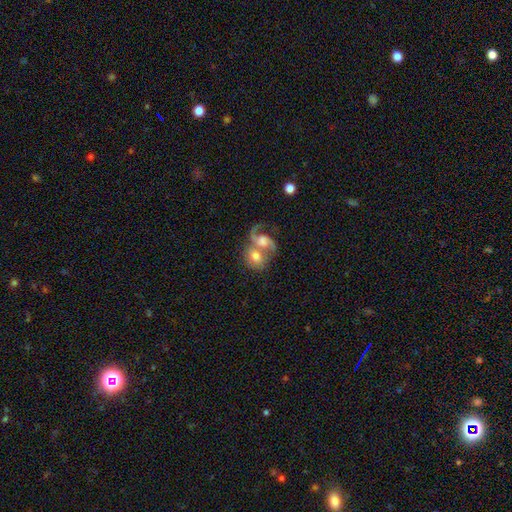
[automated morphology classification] Smooth or featured?
  - featured or disk: 56% *
  - smooth: 31%
  - star or artifact: 13%
Edge-on disk?
  - no: 96% *
  - yes: 4%
Bar?
  - no: 68% *
  - weak: 24%
  - strong: 8%
Spiral arms?
  - yes: 63% *
  - no: 37%
Bulge size?
  - moderate: 60% *
  - small: 21%
  - large: 10%
  - none: 6%
  - dominant: 3%
Merging?
  - merger: 64% *
  - none: 24%
  - minor disturbance: 7%
  - major disturbance: 6%